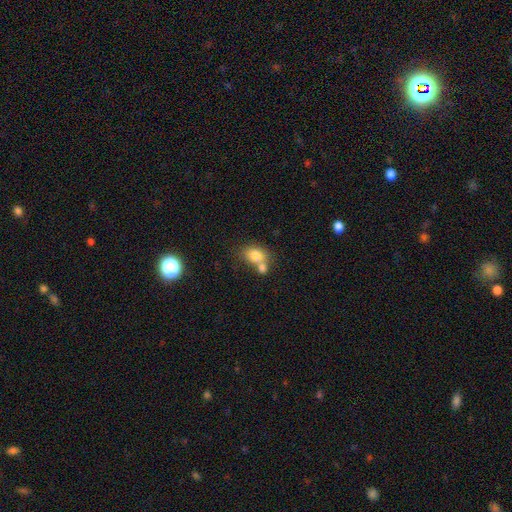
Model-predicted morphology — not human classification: Smooth or featured? smooth (78%)
How rounded? in between (67%)
Merging? merger (49%)